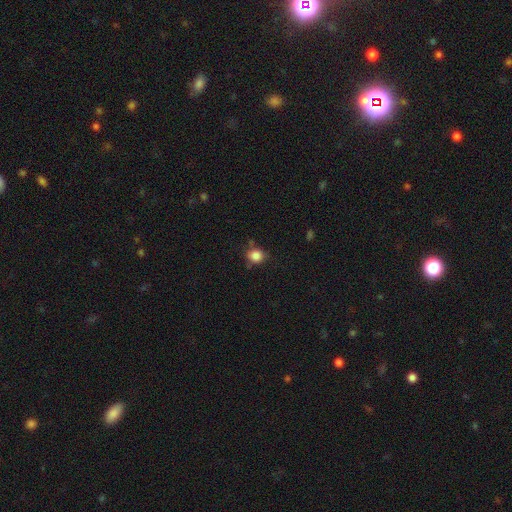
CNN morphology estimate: A smooth galaxy with no disk features (84%) that is round (74%).

Vote fractions:
- Smooth or featured? smooth: 84% / star or artifact: 11% / featured or disk: 5%
- How rounded? round: 74% / in between: 25% / cigar-shaped: 1%
- Merging? none: 70% / minor disturbance: 21% / major disturbance: 5% / merger: 4%